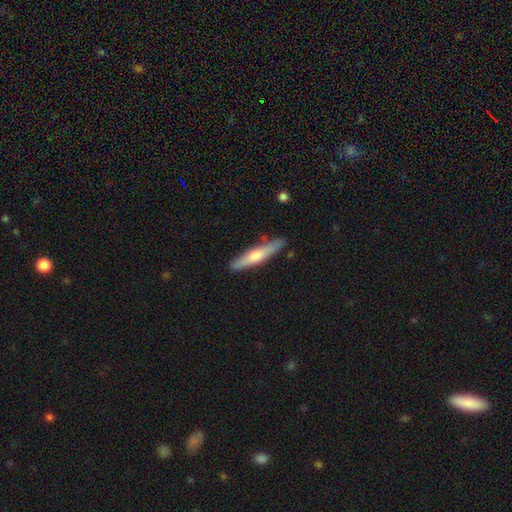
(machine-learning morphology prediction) Smooth or featured? Predicted: smooth (p=0.52). How rounded? Predicted: cigar-shaped (p=0.89). Merging? Predicted: none (p=0.86).